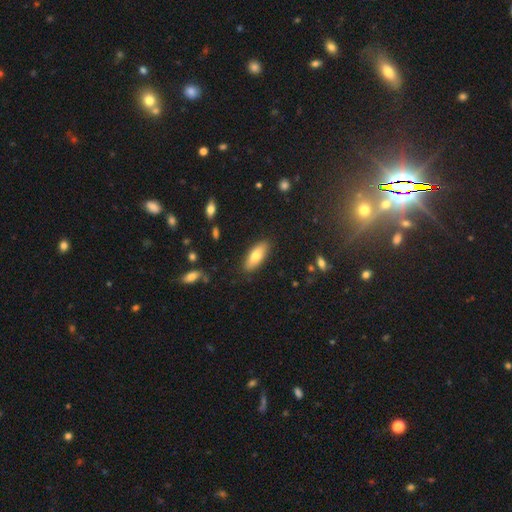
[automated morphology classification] smooth 74%, featured or disk 19%, star or artifact 6%. Down the decision tree: how rounded — in between (71%); merging — none (87%).